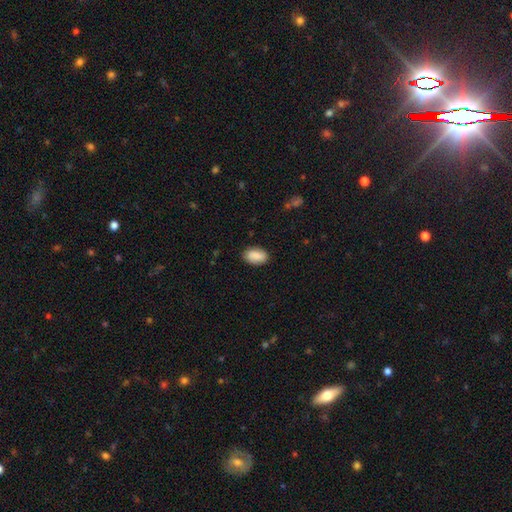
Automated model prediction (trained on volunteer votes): Smooth or featured: smooth — 88% (star or artifact — 6%)
How rounded: in between — 92% (round — 6%)
Merging: none — 85% (minor disturbance — 11%)